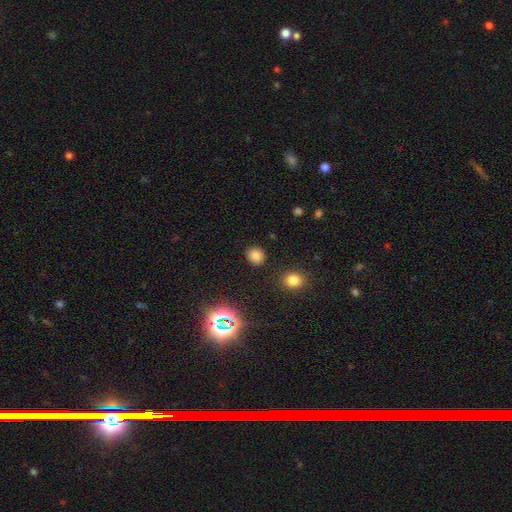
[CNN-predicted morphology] Smooth or featured? smooth (78%)
How rounded? round (78%)
Merging? none (88%)